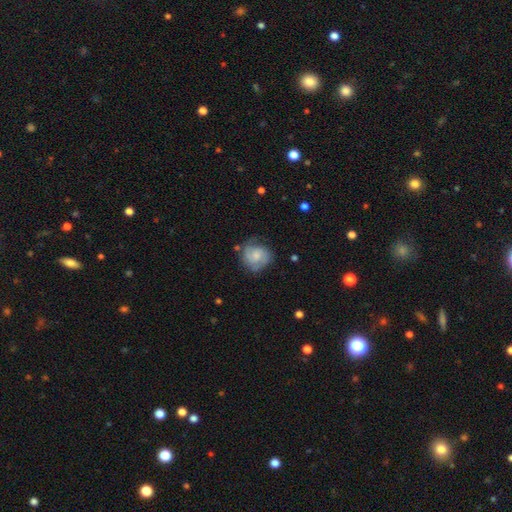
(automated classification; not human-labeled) Smooth or featured: featured or disk — 64% (smooth — 29%)
Edge-on disk: no — 98% (yes — 2%)
Bar: no — 62% (weak — 33%)
Spiral arms: yes — 92% (no — 8%)
Spiral winding: tight — 45% (medium — 42%)
Spiral arm count: 2 — 68% (can't tell — 16%)
Bulge size: small — 46% (moderate — 37%)
Merging: none — 67% (minor disturbance — 22%)